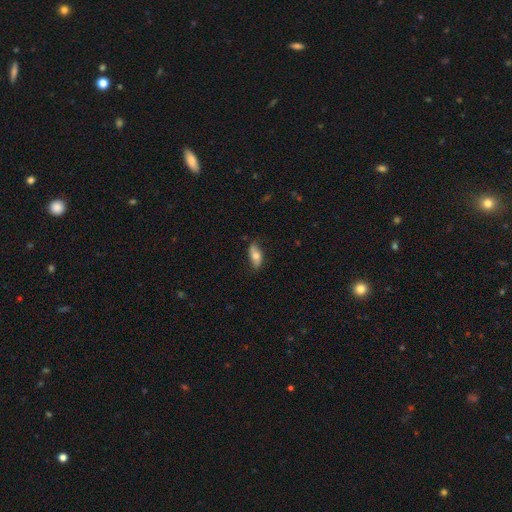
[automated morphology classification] smooth_or_featured: smooth (p=0.67) [alt: featured or disk p=0.26]
how_rounded: in between (p=0.82) [alt: cigar-shaped p=0.14]
merging: none (p=0.77) [alt: minor disturbance p=0.18]